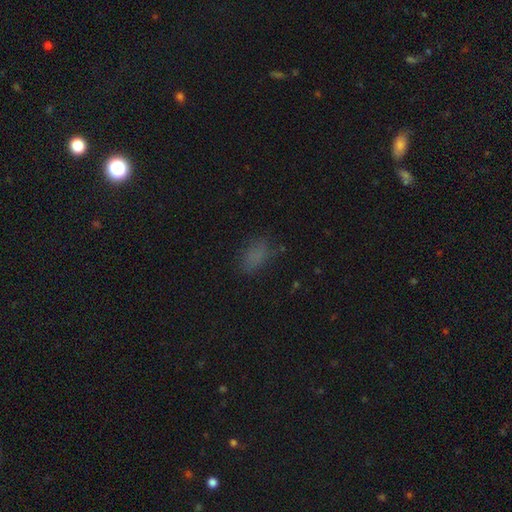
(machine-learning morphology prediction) Q: Smooth or featured?
A: smooth (73%); runner-up: star or artifact (18%)
Q: How rounded?
A: in between (86%); runner-up: round (9%)
Q: Merging?
A: none (66%); runner-up: minor disturbance (21%)